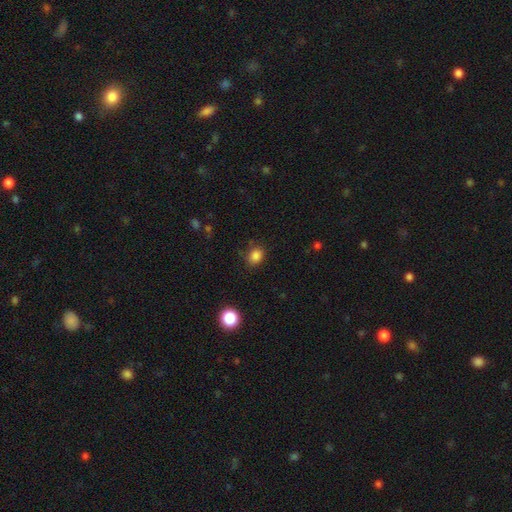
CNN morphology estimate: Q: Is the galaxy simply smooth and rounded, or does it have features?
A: smooth — 84%.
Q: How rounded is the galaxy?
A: round — 61%.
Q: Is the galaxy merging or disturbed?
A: none — 80%.